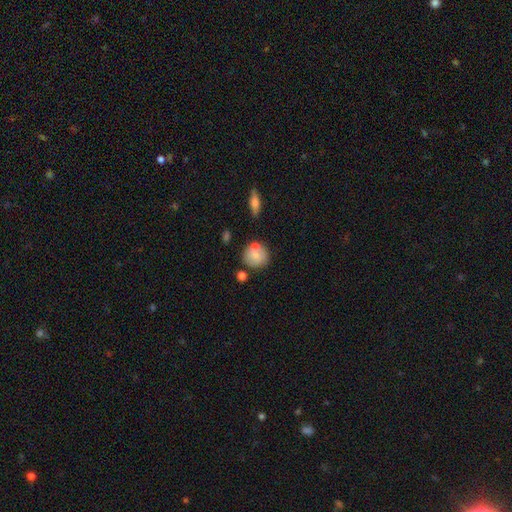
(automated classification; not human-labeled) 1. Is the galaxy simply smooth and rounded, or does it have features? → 69% smooth, 23% featured or disk, 8% star or artifact.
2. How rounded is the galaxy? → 85% round, 13% in between, 1% cigar-shaped.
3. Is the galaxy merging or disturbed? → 63% none, 18% minor disturbance, 15% merger, 5% major disturbance.